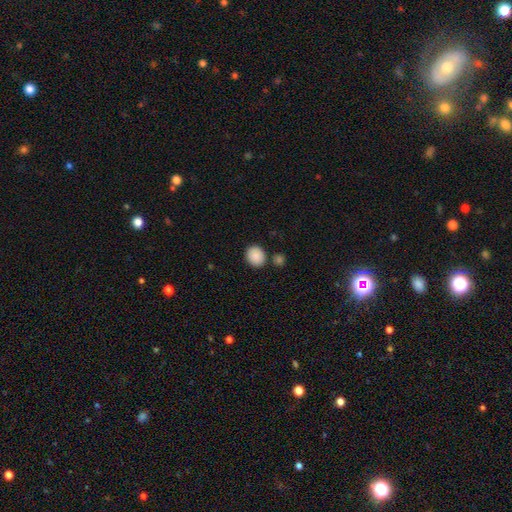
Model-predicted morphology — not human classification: smooth 87%, star or artifact 8%, featured or disk 5%. Down the decision tree: how rounded — round (75%); merging — none (82%).